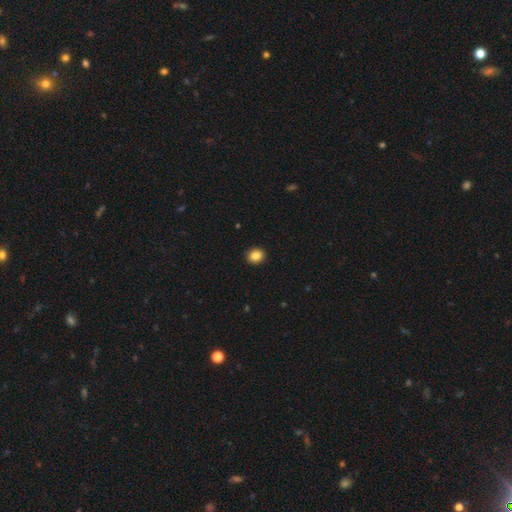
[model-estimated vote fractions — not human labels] Smooth or featured?
  - smooth: 86% *
  - star or artifact: 10%
  - featured or disk: 5%
How rounded?
  - round: 71% *
  - in between: 28%
  - cigar-shaped: 1%
Merging?
  - none: 93% *
  - minor disturbance: 5%
  - major disturbance: 1%
  - merger: 1%